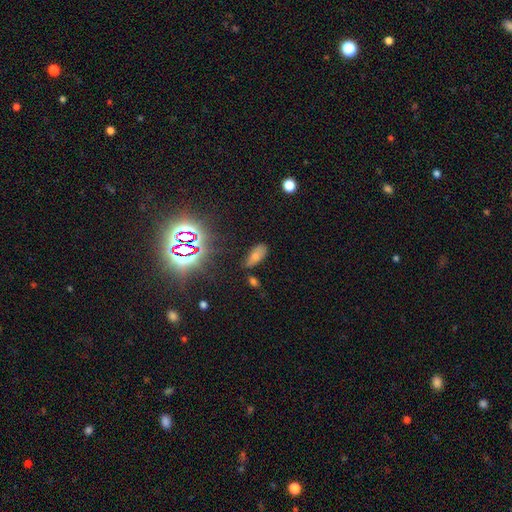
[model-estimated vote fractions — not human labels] Q: Smooth or featured?
A: smooth (64%); runner-up: star or artifact (24%)
Q: How rounded?
A: in between (88%); runner-up: cigar-shaped (9%)
Q: Merging?
A: none (67%); runner-up: minor disturbance (21%)